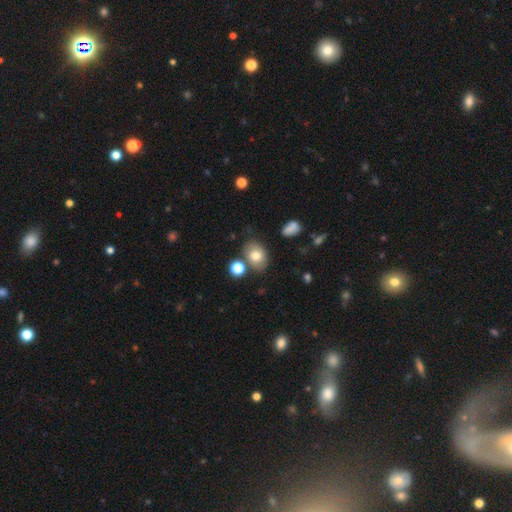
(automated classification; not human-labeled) This is likely a smooth galaxy (77%). How rounded: likely in between (63%). Merging: likely none (70%).